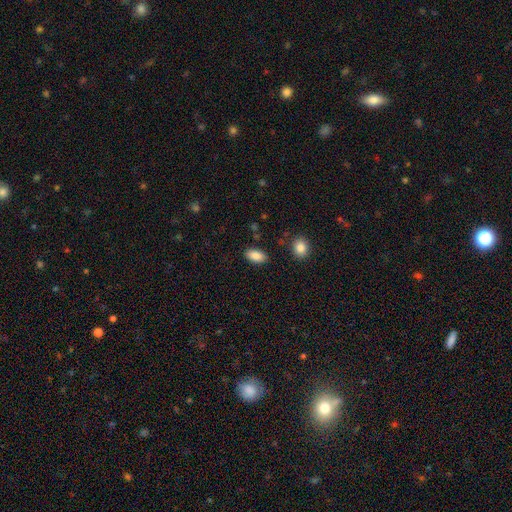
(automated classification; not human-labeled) A smooth galaxy with no disk features (87%) that is in between round and cigar-shaped (93%). Merging: none (85%).